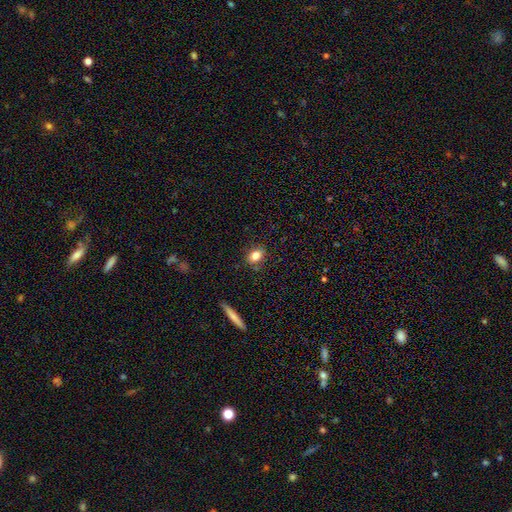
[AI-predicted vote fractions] smooth-or-featured: smooth: 81% | star or artifact: 10% | featured or disk: 9%
  how-rounded: in between: 62% | round: 35% | cigar-shaped: 2%
  merging: none: 86% | minor disturbance: 10% | major disturbance: 2% | merger: 2%